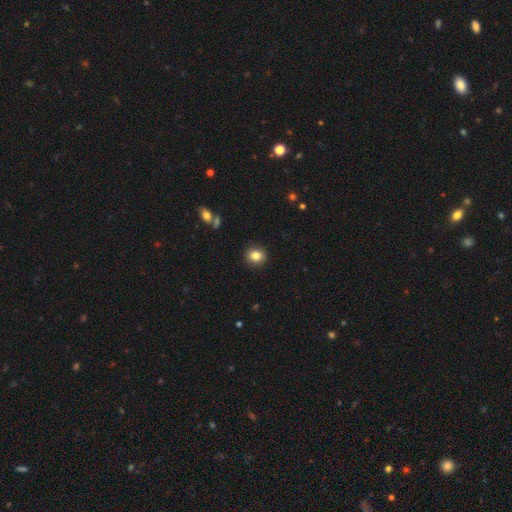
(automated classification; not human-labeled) A smooth galaxy with no disk features (84%) that is round (80%). Merging: none (90%).